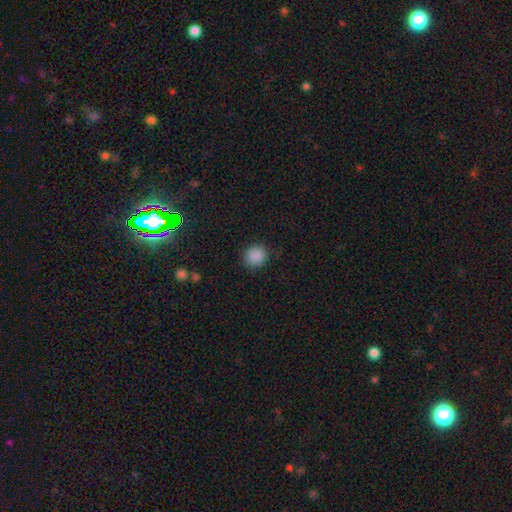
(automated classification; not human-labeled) Overall: smooth (88%). How rounded: round (87%). Merging: none (89%).